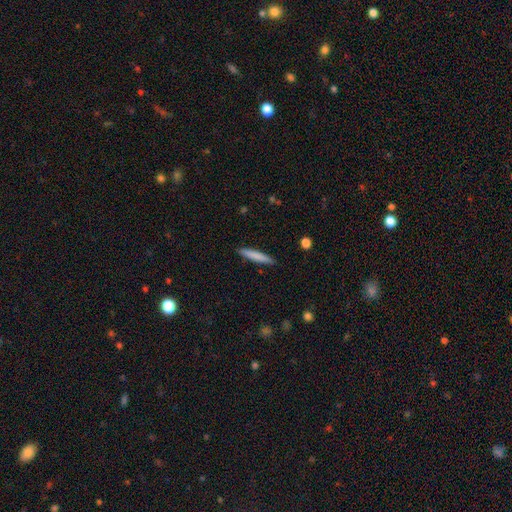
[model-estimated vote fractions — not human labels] A smooth galaxy with no disk features (78%) that is cigar-shaped (93%). Merging: none (90%).